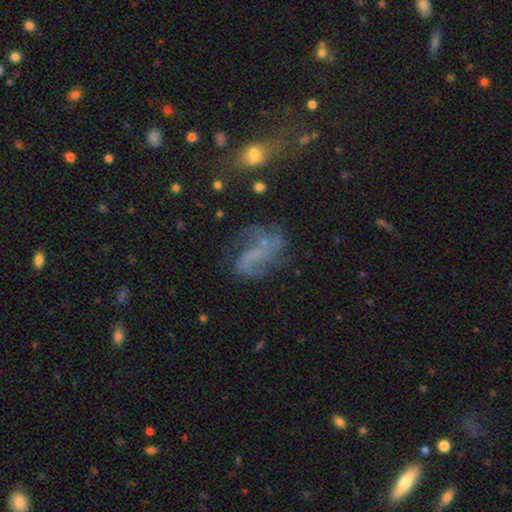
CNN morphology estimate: Smooth or featured?
  - featured or disk: 67% *
  - smooth: 19%
  - star or artifact: 15%
Edge-on disk?
  - no: 96% *
  - yes: 4%
Bar?
  - no: 46% *
  - weak: 35%
  - strong: 19%
Spiral arms?
  - yes: 83% *
  - no: 17%
Spiral winding?
  - loose: 59% *
  - medium: 30%
  - tight: 11%
Spiral arm count?
  - 2: 75% *
  - can't tell: 10%
  - 1: 6%
  - 3: 5%
  - 4: 2%
  - more than 4: 2%
Bulge size?
  - none: 62% *
  - small: 26%
  - moderate: 8%
  - large: 2%
  - dominant: 1%
Merging?
  - none: 56% *
  - minor disturbance: 19%
  - major disturbance: 19%
  - merger: 5%